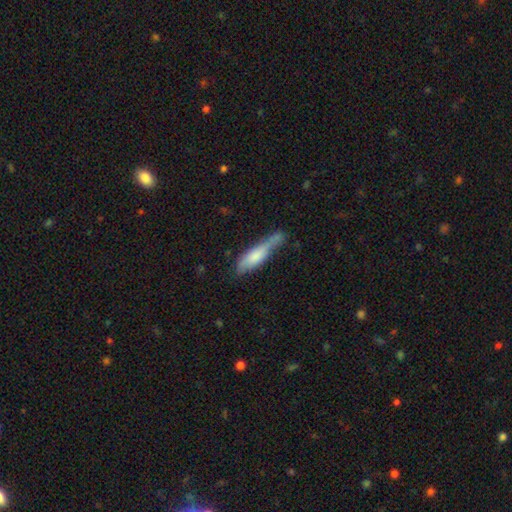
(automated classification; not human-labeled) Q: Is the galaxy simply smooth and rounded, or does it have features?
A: smooth — 66%.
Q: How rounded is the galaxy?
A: cigar-shaped — 74%.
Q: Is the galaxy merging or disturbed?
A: none — 43%.